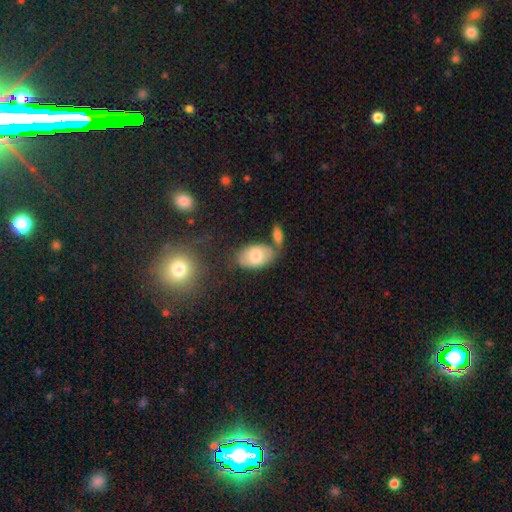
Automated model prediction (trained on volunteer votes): This appears to be a smooth galaxy with no disk features (74%) that is in between round and cigar-shaped (93%). Merging: none (66%).